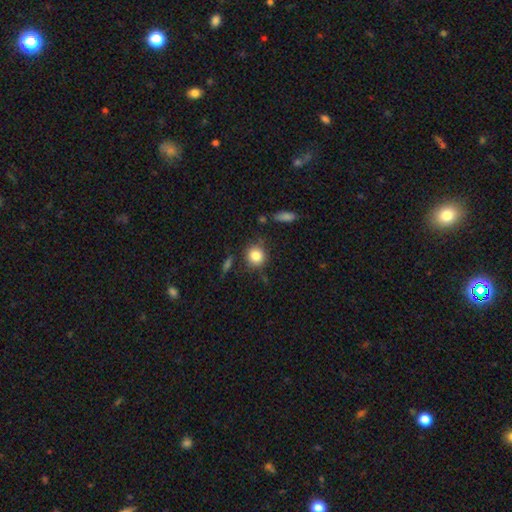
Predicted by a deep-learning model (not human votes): Overall: smooth (83%). How rounded: round (86%). Merging: none (81%).